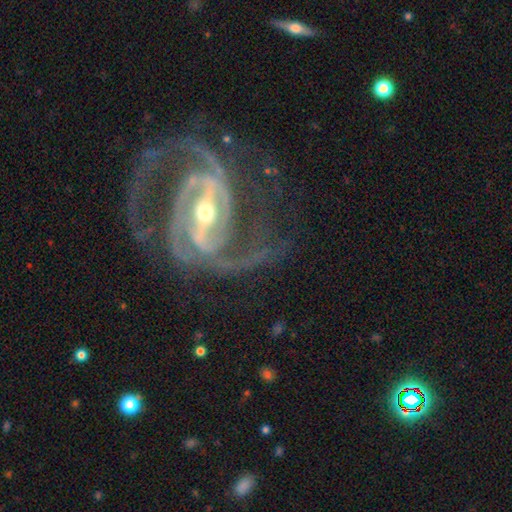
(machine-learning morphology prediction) Q: Smooth or featured?
A: featured or disk (93%); runner-up: star or artifact (5%)
Q: Edge-on disk?
A: no (97%); runner-up: yes (3%)
Q: Bar?
A: strong (69%); runner-up: weak (24%)
Q: Spiral arms?
A: yes (98%); runner-up: no (2%)
Q: Spiral winding?
A: medium (56%); runner-up: tight (31%)
Q: Spiral arm count?
A: 2 (69%); runner-up: 3 (14%)
Q: Bulge size?
A: moderate (51%); runner-up: small (44%)
Q: Merging?
A: none (65%); runner-up: major disturbance (17%)